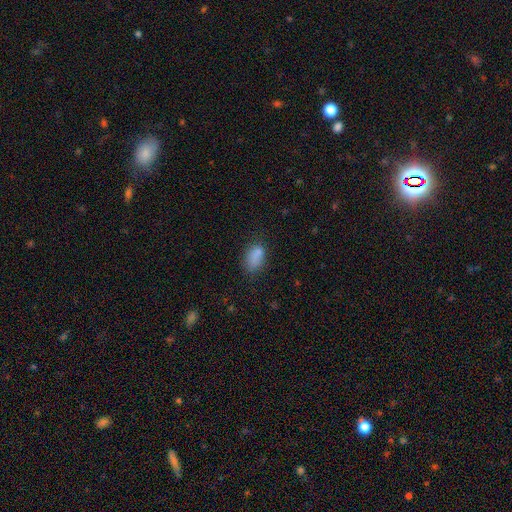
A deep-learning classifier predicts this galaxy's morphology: A smooth galaxy with no disk features (80%) that is in between round and cigar-shaped (87%). Merging: none (56%).